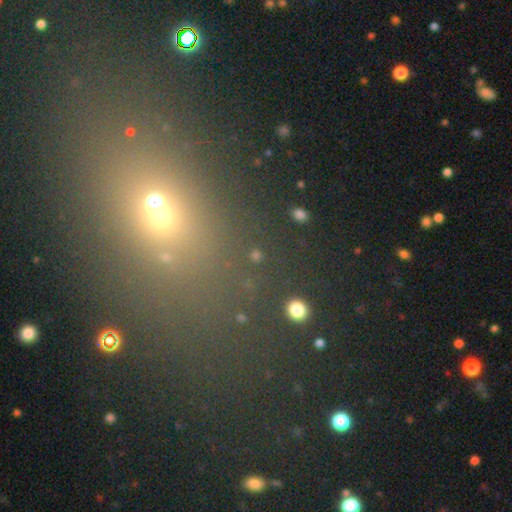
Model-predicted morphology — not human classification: This is likely a smooth galaxy (61%). How rounded: likely round (75%). Merging: clearly none (87%).